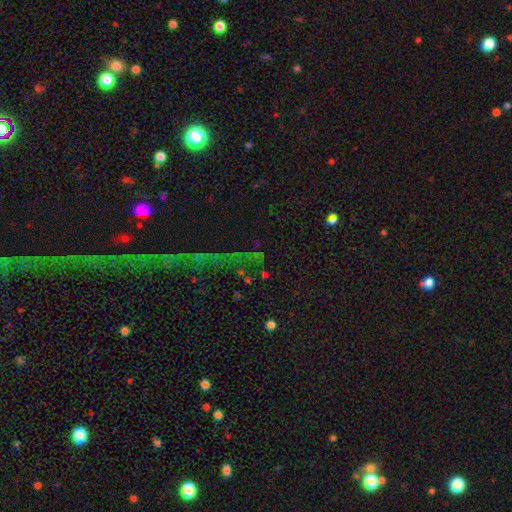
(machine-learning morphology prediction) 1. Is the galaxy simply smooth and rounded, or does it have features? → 75% star or artifact, 14% smooth, 11% featured or disk.